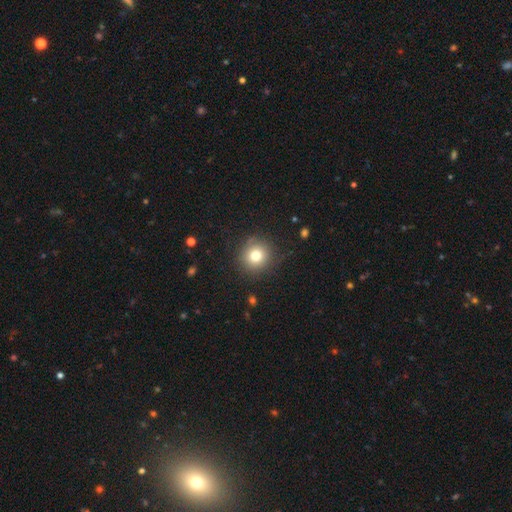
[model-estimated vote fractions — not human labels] The model was most divided on "smooth or featured": smooth: 76%, star or artifact: 13%, featured or disk: 11%. More confident: how rounded — round (93%); merging — none (85%).